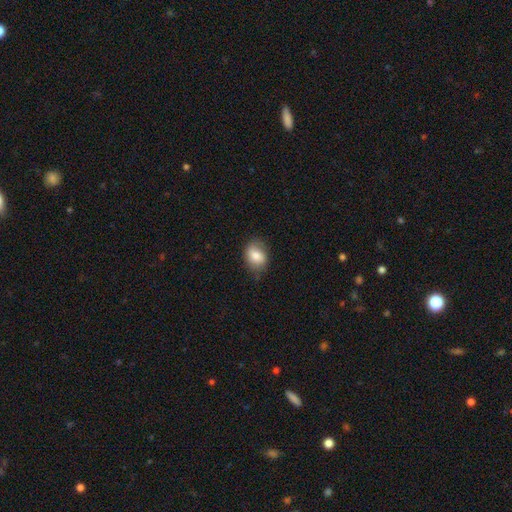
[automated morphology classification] Smooth or featured?
  - smooth: 78% *
  - featured or disk: 14%
  - star or artifact: 8%
How rounded?
  - in between: 66% *
  - round: 33%
  - cigar-shaped: 1%
Merging?
  - none: 70% *
  - minor disturbance: 24%
  - major disturbance: 5%
  - merger: 1%